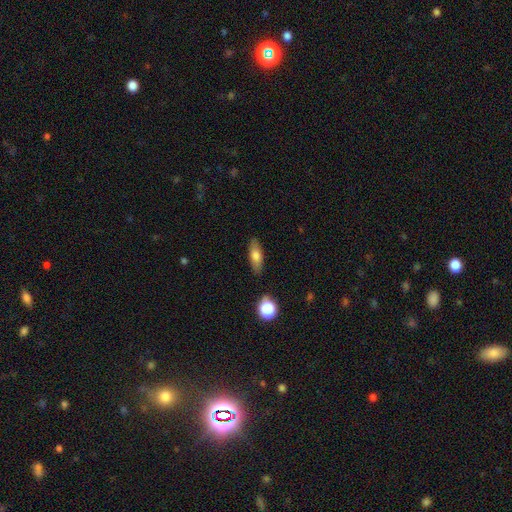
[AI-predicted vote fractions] This appears to be a smooth galaxy with no disk features (71%) that is in between round and cigar-shaped (65%). Merging: none (85%).